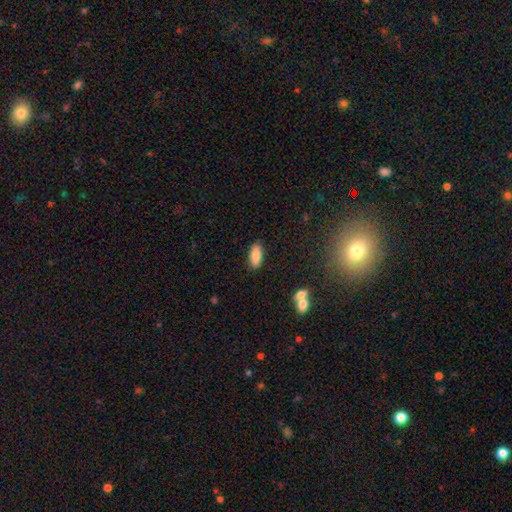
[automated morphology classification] Q: Smooth or featured?
A: smooth (84%); runner-up: featured or disk (9%)
Q: How rounded?
A: in between (84%); runner-up: cigar-shaped (14%)
Q: Merging?
A: none (86%); runner-up: minor disturbance (9%)